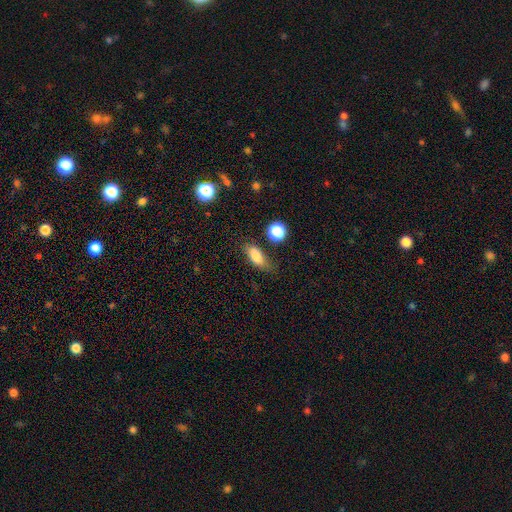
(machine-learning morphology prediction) smooth_or_featured: smooth (p=0.80) [alt: star or artifact p=0.10]
how_rounded: in between (p=0.77) [alt: cigar-shaped p=0.16]
merging: none (p=0.63) [alt: minor disturbance p=0.25]